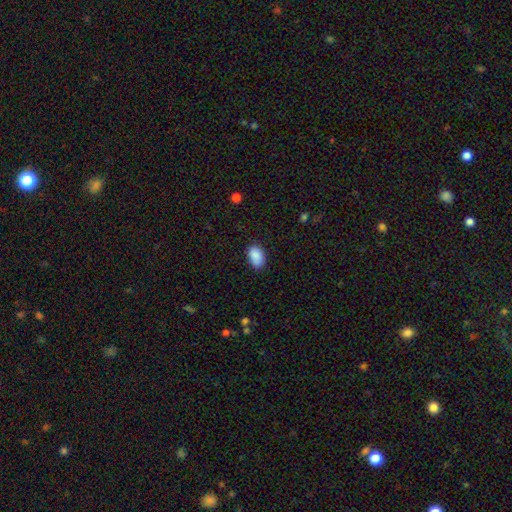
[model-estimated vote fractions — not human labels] Q: Smooth or featured?
A: smooth (88%); runner-up: star or artifact (8%)
Q: How rounded?
A: in between (89%); runner-up: round (10%)
Q: Merging?
A: none (75%); runner-up: minor disturbance (20%)